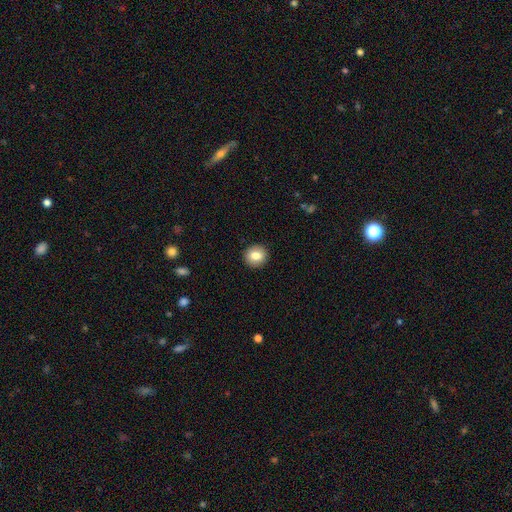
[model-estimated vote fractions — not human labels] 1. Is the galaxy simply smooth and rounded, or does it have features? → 82% smooth, 9% featured or disk, 9% star or artifact.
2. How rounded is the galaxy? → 84% round, 15% in between, 1% cigar-shaped.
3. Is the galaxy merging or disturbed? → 91% none, 6% minor disturbance, 2% major disturbance, 1% merger.